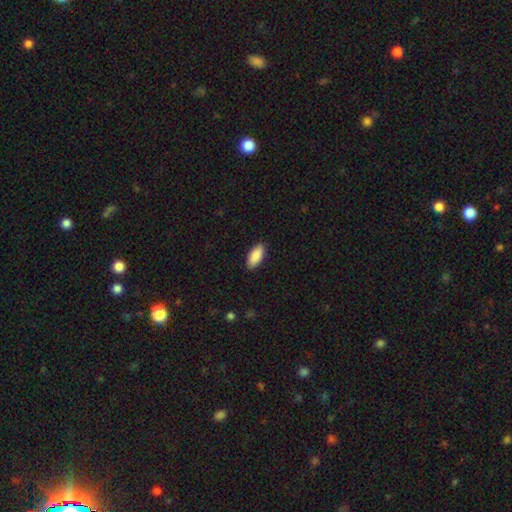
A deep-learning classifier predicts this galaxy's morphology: This appears to be a smooth galaxy with no disk features (89%) that is in between round and cigar-shaped (87%). Merging: none (88%).